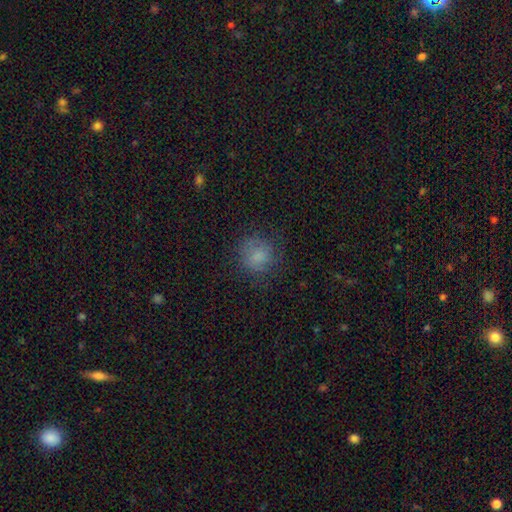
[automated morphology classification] Overall: smooth (75%). How rounded: round (82%). Merging: none (75%).